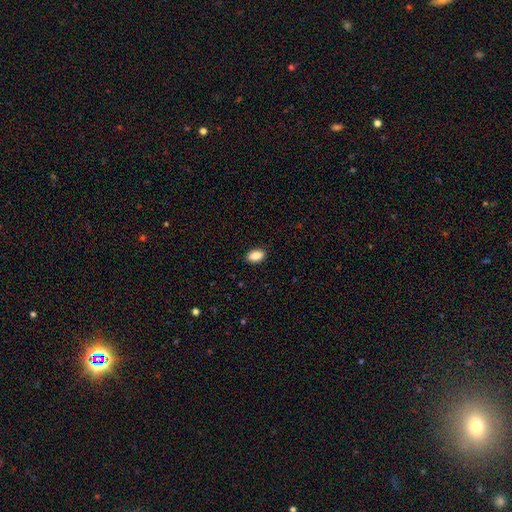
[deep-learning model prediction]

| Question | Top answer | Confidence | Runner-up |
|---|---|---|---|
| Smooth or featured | smooth | 89% | star or artifact (7%) |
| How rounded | in between | 92% | round (6%) |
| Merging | none | 89% | minor disturbance (8%) |